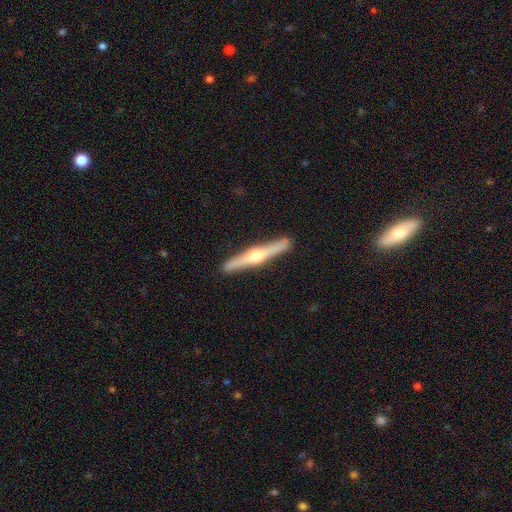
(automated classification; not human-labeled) smooth-or-featured: featured or disk: 76% | smooth: 20% | star or artifact: 5%
  disk-edge-on: yes: 98% | no: 2%
    edge-on-bulge: rounded: 95% | none: 3% | boxy: 3%
  merging: none: 91% | minor disturbance: 7% | major disturbance: 1% | merger: 1%